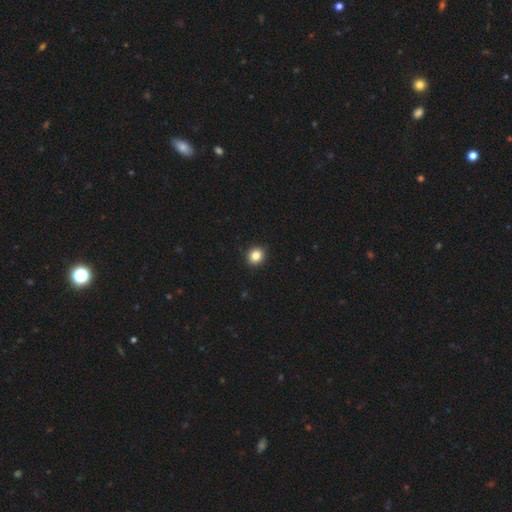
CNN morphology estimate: Smooth or featured? Predicted: smooth (p=0.85). How rounded? Predicted: round (p=0.84). Merging? Predicted: none (p=0.92).